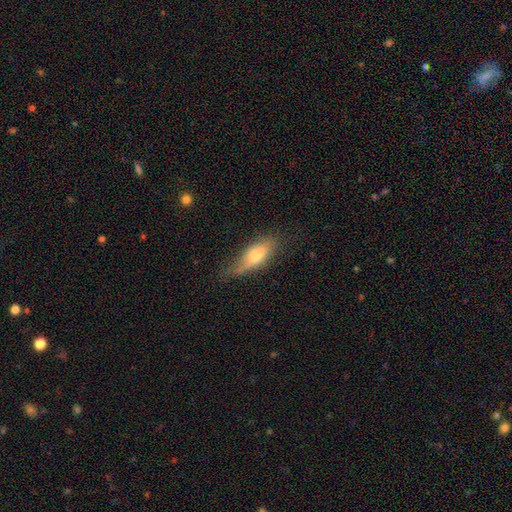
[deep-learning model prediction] smooth-or-featured: smooth: 54% | featured or disk: 38% | star or artifact: 7%
  how-rounded: in between: 66% | cigar-shaped: 31% | round: 4%
  merging: none: 48% | minor disturbance: 35% | major disturbance: 15% | merger: 2%